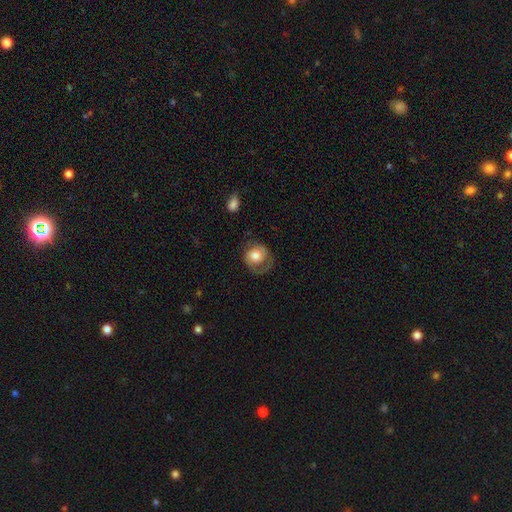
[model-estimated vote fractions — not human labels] smooth_or_featured: smooth (p=0.51) [alt: featured or disk p=0.42]
how_rounded: round (p=0.75) [alt: in between p=0.24]
merging: none (p=0.51) [alt: major disturbance p=0.24]